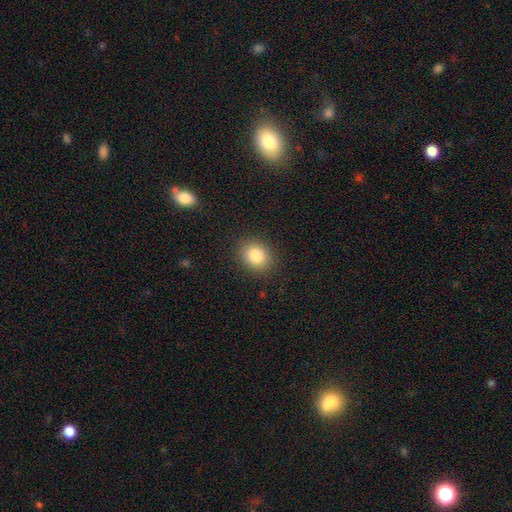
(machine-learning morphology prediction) smooth_or_featured: smooth (p=0.83) [alt: star or artifact p=0.10]
how_rounded: round (p=0.58) [alt: in between p=0.41]
merging: none (p=0.88) [alt: minor disturbance p=0.08]